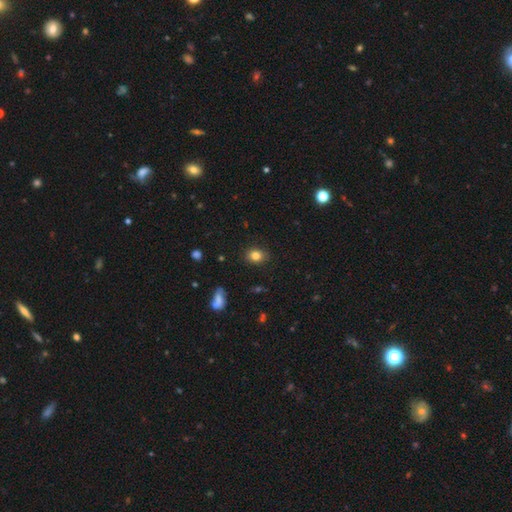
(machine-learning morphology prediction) Smooth or featured?
  - smooth: 82% *
  - star or artifact: 11%
  - featured or disk: 7%
How rounded?
  - in between: 49% * (tied)
  - round: 49% * (tied)
  - cigar-shaped: 1%
Merging?
  - none: 86% *
  - minor disturbance: 10%
  - major disturbance: 2%
  - merger: 1%